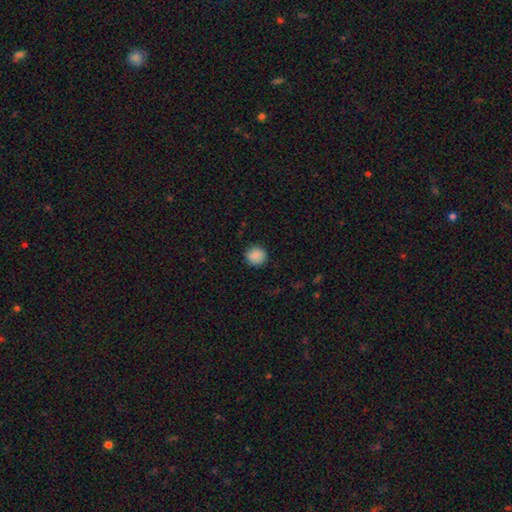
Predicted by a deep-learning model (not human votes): smooth_or_featured: smooth (p=0.87) [alt: star or artifact p=0.08]
how_rounded: round (p=0.88) [alt: in between p=0.12]
merging: none (p=0.85) [alt: minor disturbance p=0.11]